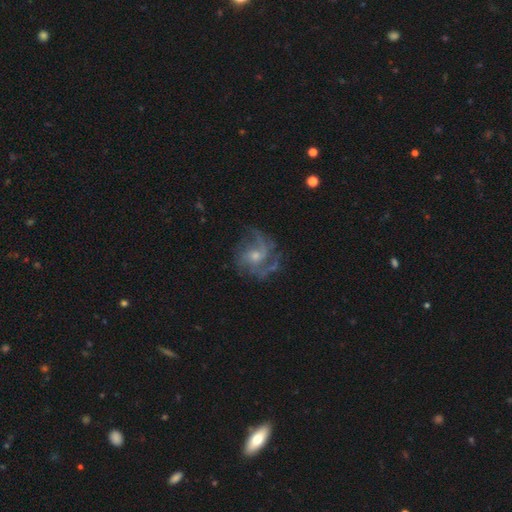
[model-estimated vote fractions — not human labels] Smooth or featured? Predicted: featured or disk (p=0.82). Edge-on disk? Predicted: no (p=0.98). Bar? Predicted: no (p=0.63). Spiral arms? Predicted: yes (p=0.94). Spiral winding? Predicted: medium (p=0.50). Spiral arm count? Predicted: 3 (p=0.41). Bulge size? Predicted: small (p=0.50). Merging? Predicted: none (p=0.66).